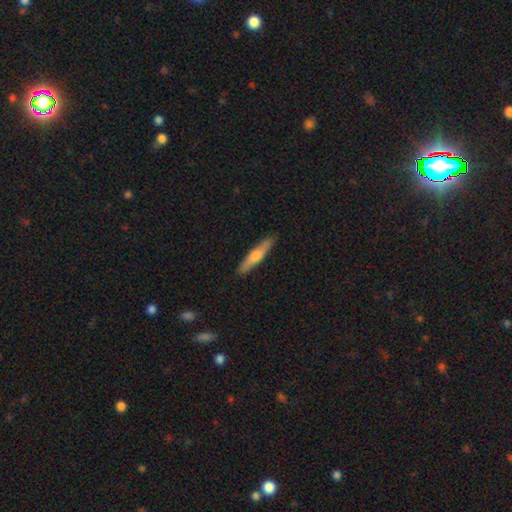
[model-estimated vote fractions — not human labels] smooth-or-featured: smooth: 55% | featured or disk: 40% | star or artifact: 6%
  how-rounded: cigar-shaped: 88% | in between: 10% | round: 2%
  merging: none: 88% | minor disturbance: 9% | major disturbance: 2% | merger: 1%